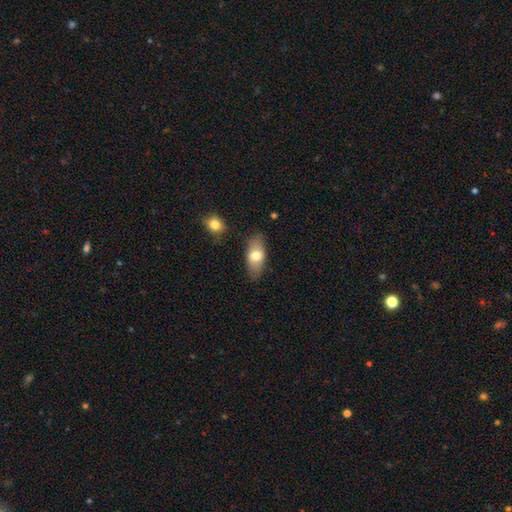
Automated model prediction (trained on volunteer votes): Smooth or featured: smooth — 69% (featured or disk — 24%)
How rounded: in between — 85% (cigar-shaped — 11%)
Merging: none — 81% (minor disturbance — 13%)